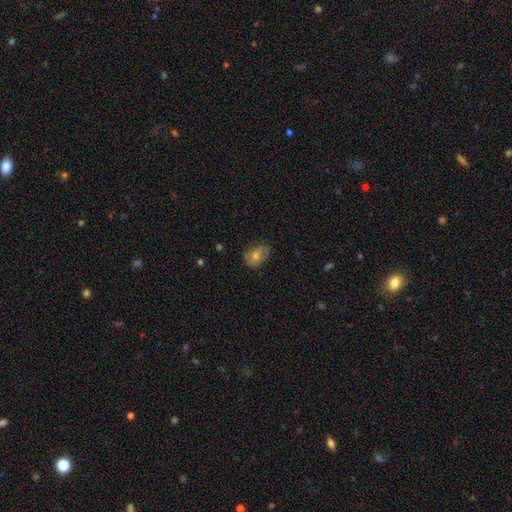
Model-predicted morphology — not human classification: Overall: smooth (44%; featured or disk 42%). Merging: none (72%).